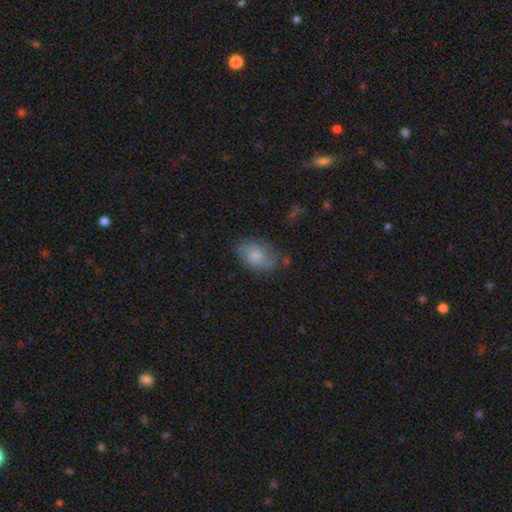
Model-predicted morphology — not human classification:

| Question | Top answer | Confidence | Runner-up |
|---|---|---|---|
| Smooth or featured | smooth | 48% | featured or disk (44%) |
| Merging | none | 61% | minor disturbance (26%) |